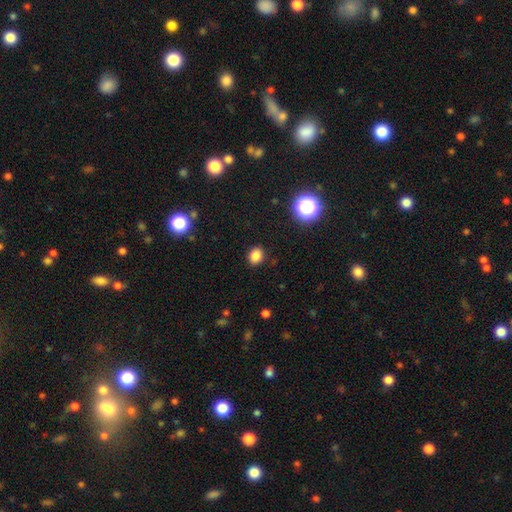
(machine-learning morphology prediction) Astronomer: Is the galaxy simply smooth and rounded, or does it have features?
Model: smooth — 84%.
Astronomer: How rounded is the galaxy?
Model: round — 55% (runner-up: in between, 44%).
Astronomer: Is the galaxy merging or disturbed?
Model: none — 89%.